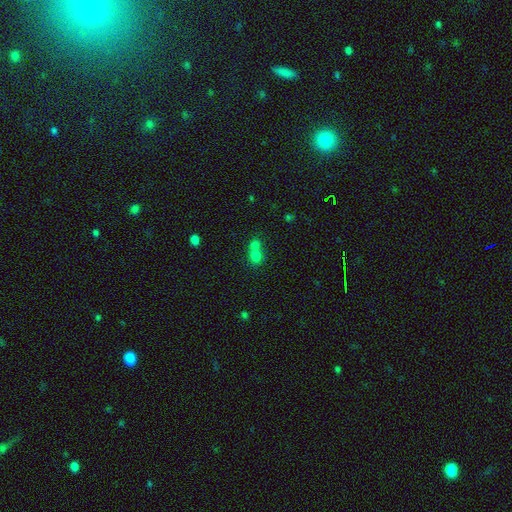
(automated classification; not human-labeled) Smooth or featured: smooth — 74% (star or artifact — 15%)
How rounded: round — 75% (in between — 23%)
Merging: merger — 62% (none — 31%)